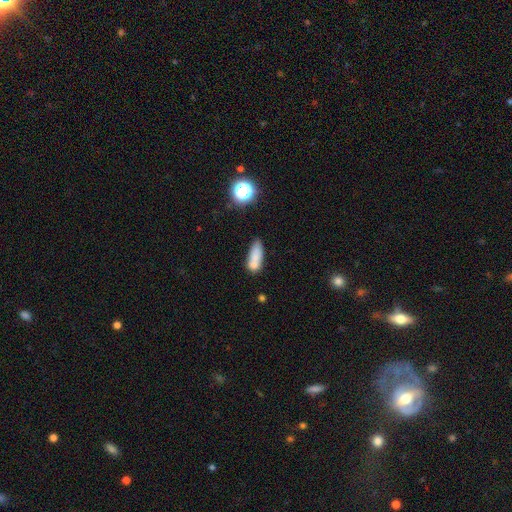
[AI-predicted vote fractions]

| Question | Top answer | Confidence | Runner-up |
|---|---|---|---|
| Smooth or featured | smooth | 72% | featured or disk (17%) |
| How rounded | in between | 68% | cigar-shaped (27%) |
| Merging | none | 44% | merger (27%) |